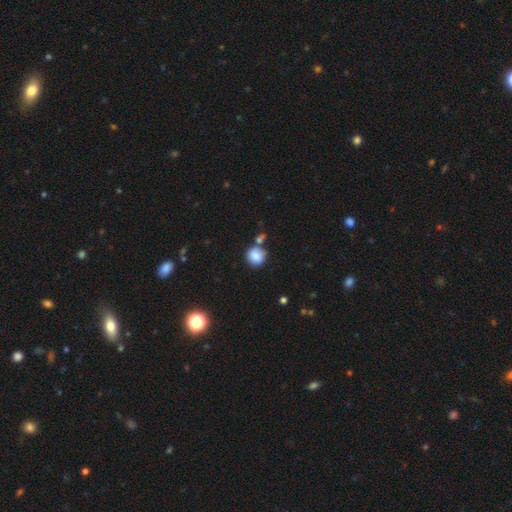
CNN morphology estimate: Smooth or featured? smooth (83%)
How rounded? round (86%)
Merging? none (59%)